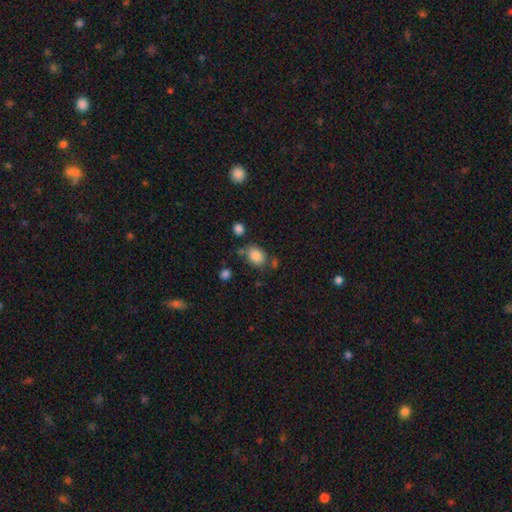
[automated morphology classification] A smooth galaxy with no disk features (85%) that is in between round and cigar-shaped (67%).

Vote fractions:
- Smooth or featured? smooth: 85% / star or artifact: 9% / featured or disk: 6%
- How rounded? in between: 67% / round: 32% / cigar-shaped: 1%
- Merging? none: 70% / minor disturbance: 15% / merger: 10% / major disturbance: 5%